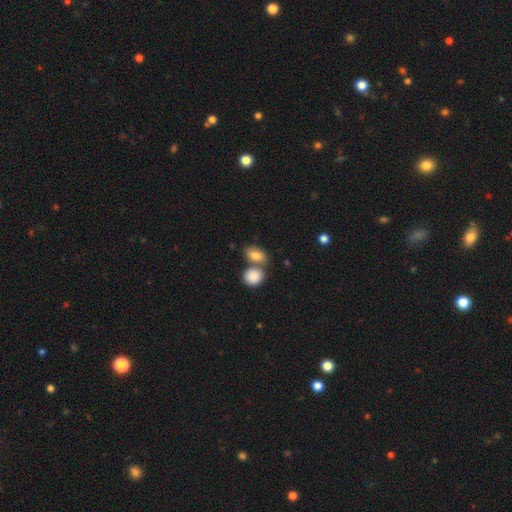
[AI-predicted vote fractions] Smooth or featured? smooth (83%)
How rounded? in between (81%)
Merging? merger (44%)